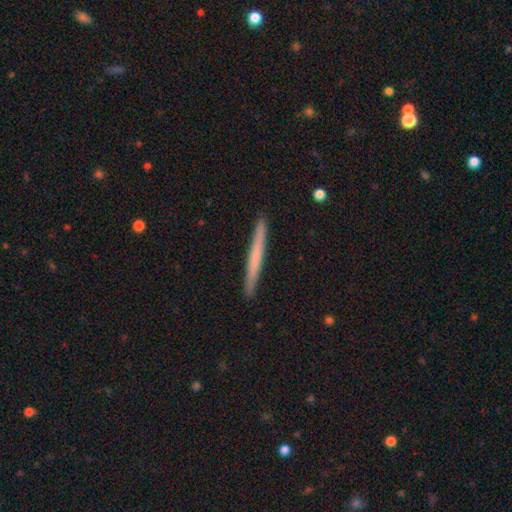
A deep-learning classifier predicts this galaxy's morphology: Q: Smooth or featured?
A: smooth (59%); runner-up: featured or disk (35%)
Q: How rounded?
A: cigar-shaped (97%); runner-up: in between (1%)
Q: Merging?
A: none (93%); runner-up: minor disturbance (5%)